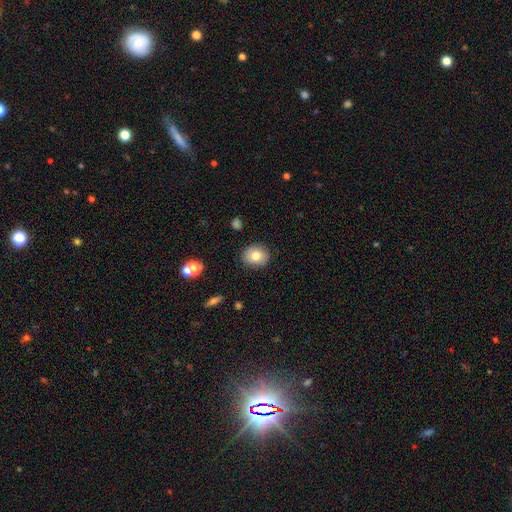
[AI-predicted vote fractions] This is likely a smooth galaxy (78%). How rounded: possibly round (60%). Merging: clearly none (86%).